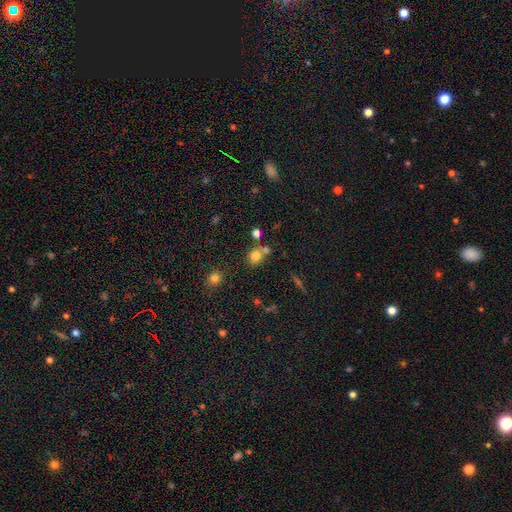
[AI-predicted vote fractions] This is likely a smooth galaxy (77%). How rounded: likely round (73%). Merging: possibly none (56%).